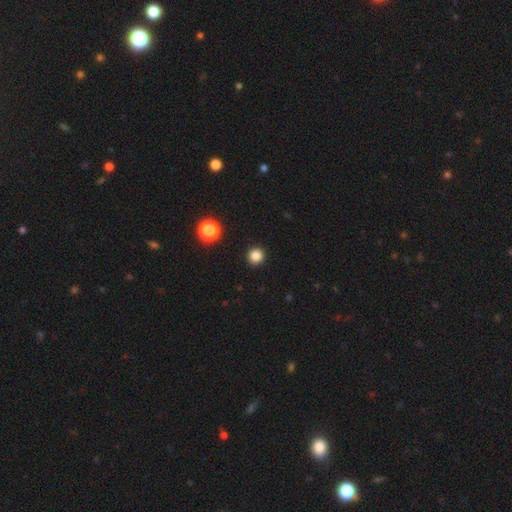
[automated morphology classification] Smooth or featured: smooth — 84% (star or artifact — 12%)
How rounded: round — 95% (in between — 4%)
Merging: none — 93% (minor disturbance — 4%)